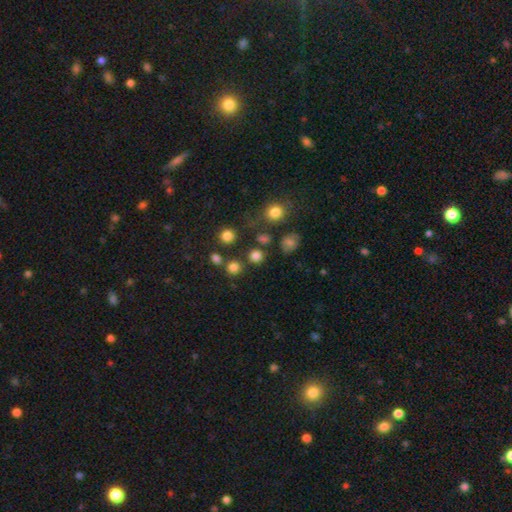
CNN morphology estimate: A smooth galaxy with no disk features (78%) that is round (90%).

Vote fractions:
- Smooth or featured? smooth: 78% / star or artifact: 16% / featured or disk: 6%
- How rounded? round: 90% / in between: 9% / cigar-shaped: 1%
- Merging? none: 79% / merger: 10% / minor disturbance: 8% / major disturbance: 4%